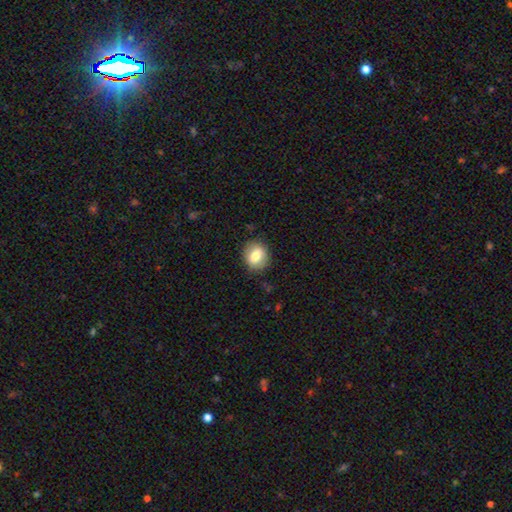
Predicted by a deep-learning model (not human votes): smooth-or-featured: smooth: 78% | featured or disk: 14% | star or artifact: 8%
  how-rounded: round: 64% | in between: 35% | cigar-shaped: 1%
  merging: none: 84% | minor disturbance: 11% | major disturbance: 3% | merger: 1%